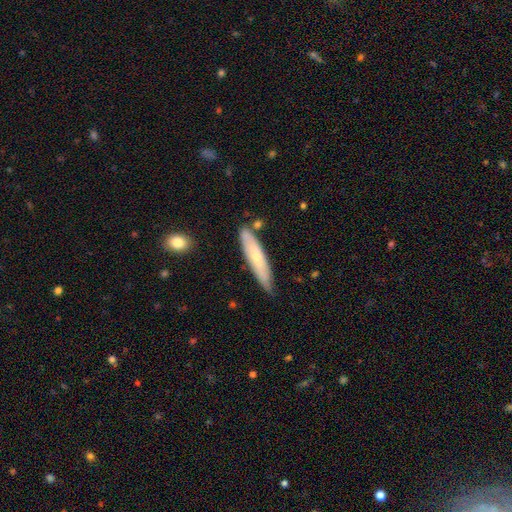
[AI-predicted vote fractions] Overall: smooth (52%; featured or disk 42%). How rounded: cigar-shaped (81%). Merging: none (71%).